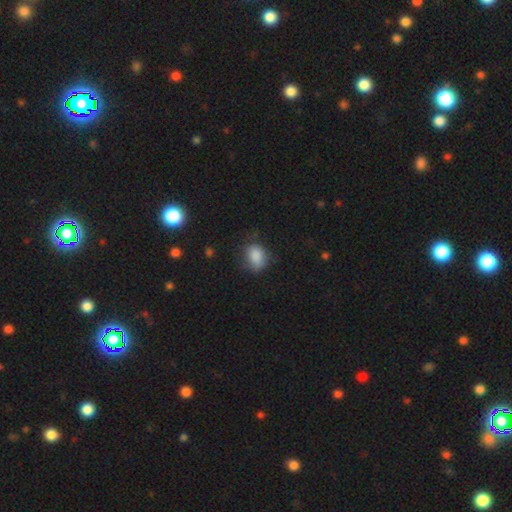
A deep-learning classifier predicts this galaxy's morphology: Overall: smooth (84%). How rounded: in between (58%; round 40%). Merging: none (59%; minor disturbance 29%).